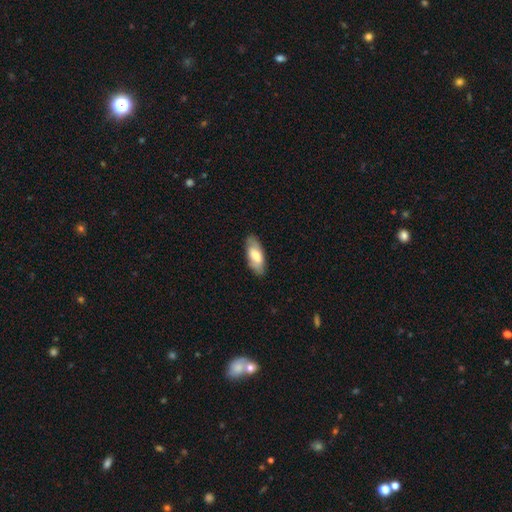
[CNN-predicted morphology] The model was most divided on "smooth or featured": smooth: 68%, featured or disk: 27%, star or artifact: 6%. More confident: how rounded — in between (85%); merging — none (83%).